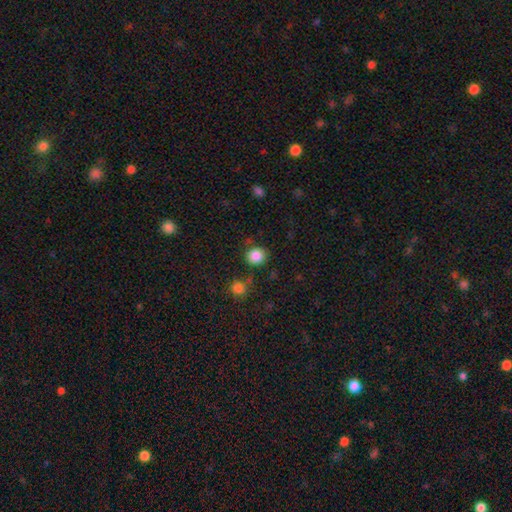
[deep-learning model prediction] Smooth or featured? smooth (86%)
How rounded? round (86%)
Merging? none (82%)